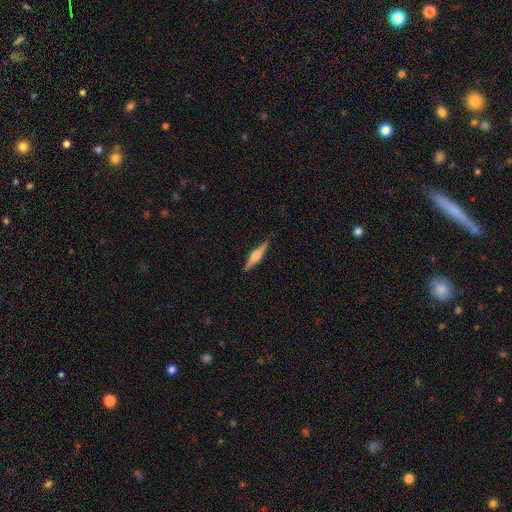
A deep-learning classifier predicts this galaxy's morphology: Overall: featured or disk (66%; smooth 28%). Edge-on disk: yes (97%). Edge-on bulge: rounded (87%). Merging: none (88%).